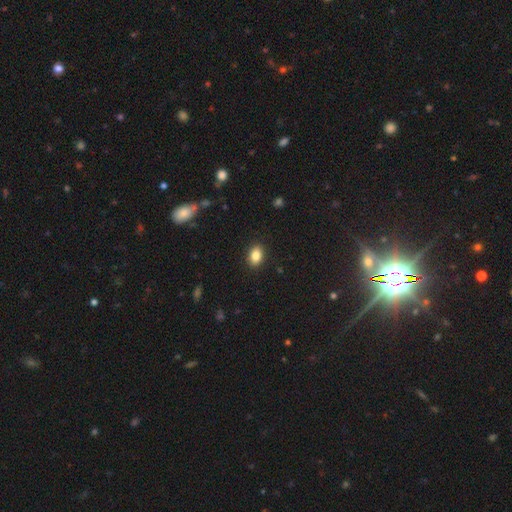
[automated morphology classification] smooth_or_featured: smooth (p=0.85) [alt: star or artifact p=0.09]
how_rounded: in between (p=0.80) [alt: round p=0.18]
merging: none (p=0.90) [alt: minor disturbance p=0.08]